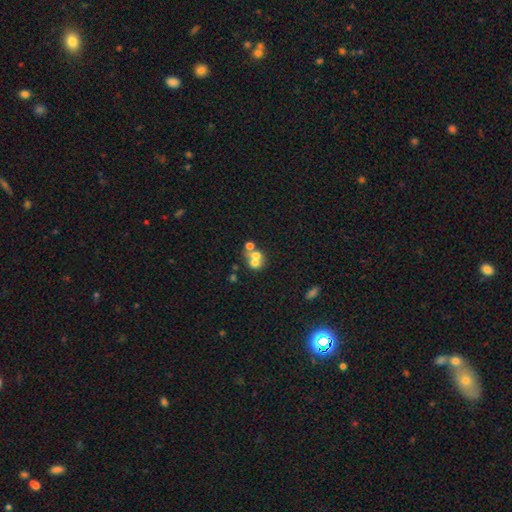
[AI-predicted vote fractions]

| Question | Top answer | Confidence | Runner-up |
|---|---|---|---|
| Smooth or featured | smooth | 57% | featured or disk (29%) |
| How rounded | round | 69% | in between (30%) |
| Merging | merger | 57% | none (30%) |